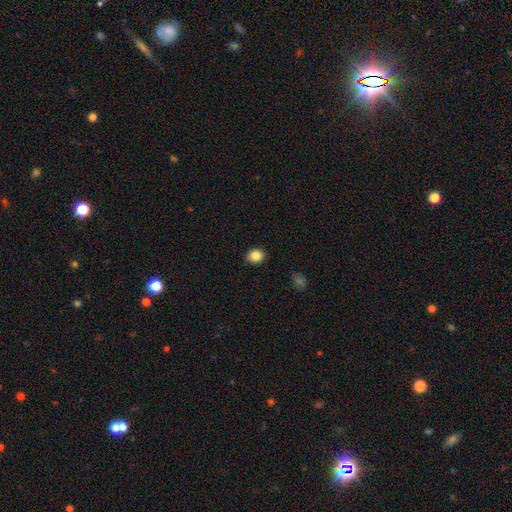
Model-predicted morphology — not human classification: smooth-or-featured: smooth: 84% | star or artifact: 10% | featured or disk: 6%
  how-rounded: round: 76% | in between: 23% | cigar-shaped: 1%
  merging: none: 87% | minor disturbance: 10% | major disturbance: 2% | merger: 1%